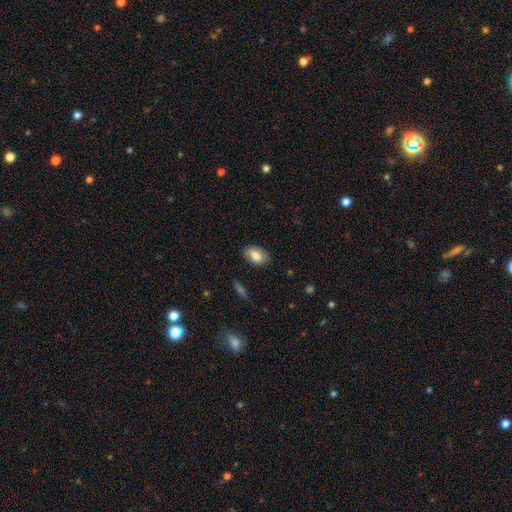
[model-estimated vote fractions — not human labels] Smooth or featured: smooth — 81% (featured or disk — 12%)
How rounded: in between — 91% (round — 8%)
Merging: none — 84% (minor disturbance — 12%)